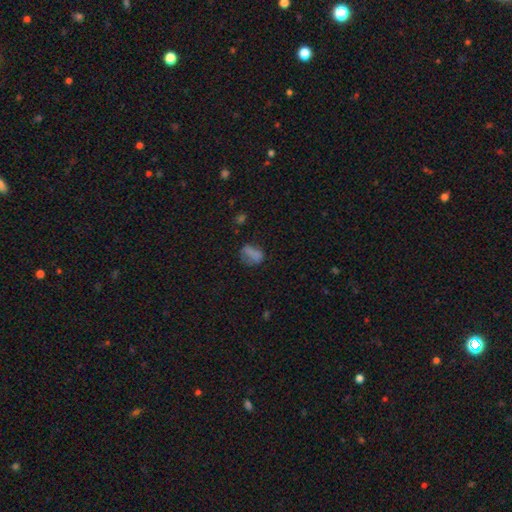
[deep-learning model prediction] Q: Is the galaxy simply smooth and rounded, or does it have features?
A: smooth — 63%.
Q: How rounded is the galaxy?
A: in between — 68%.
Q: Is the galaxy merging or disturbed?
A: none — 47%.